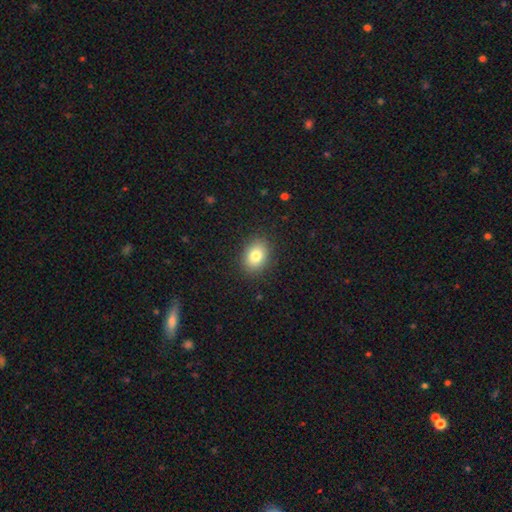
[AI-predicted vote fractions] This appears to be a smooth galaxy with no disk features (81%) that is in between round and cigar-shaped (65%). Merging: none (88%).